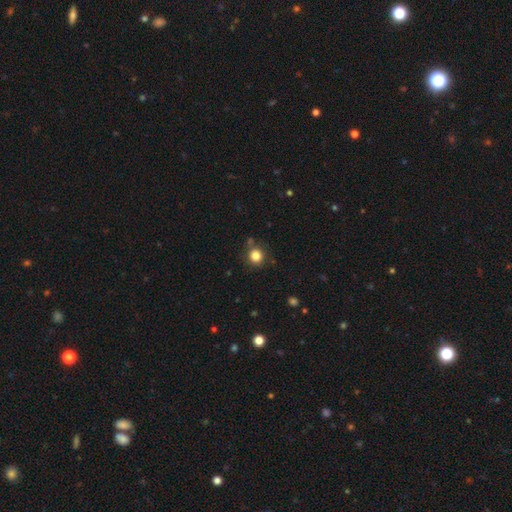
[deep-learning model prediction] The model was most divided on "merging": none: 81%, minor disturbance: 10%, merger: 6%, major disturbance: 3%. More confident: how rounded — round (88%); smooth or featured — smooth (83%).